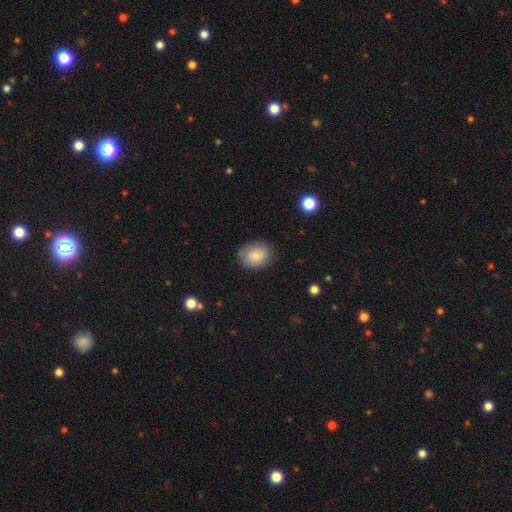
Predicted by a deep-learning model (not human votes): This appears to be a smooth galaxy with no disk features (86%) that is in between round and cigar-shaped (61%). Merging: none (79%).